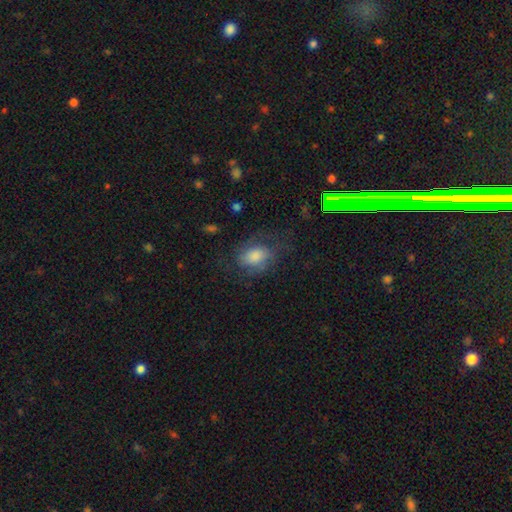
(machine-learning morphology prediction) A smooth galaxy with no disk features (52%) that is in between round and cigar-shaped (71%).

Vote fractions:
- Smooth or featured? smooth: 52% / featured or disk: 36% / star or artifact: 12%
- How rounded? in between: 71% / round: 27% / cigar-shaped: 2%
- Merging? none: 58% / minor disturbance: 21% / major disturbance: 20% / merger: 2%